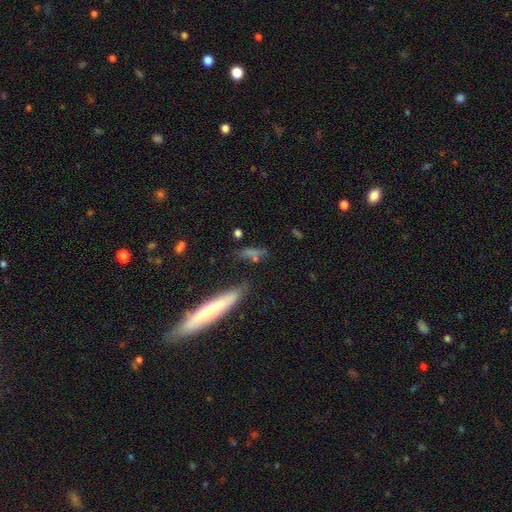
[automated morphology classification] Smooth or featured? smooth (51%)
How rounded? cigar-shaped (79%)
Merging? none (71%)